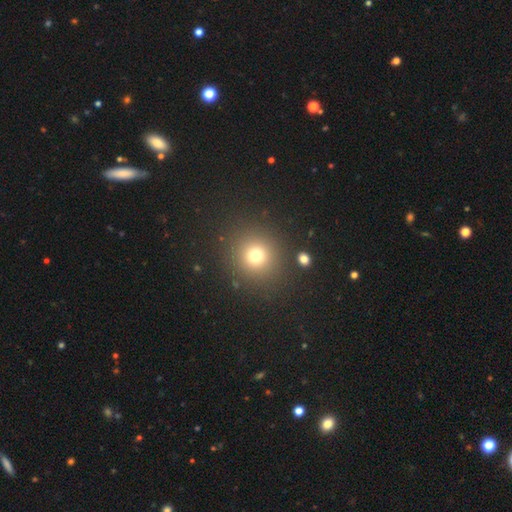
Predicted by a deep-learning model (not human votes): Morphology: type=smooth (74%); roundness=round (90%); merging=none (88%).